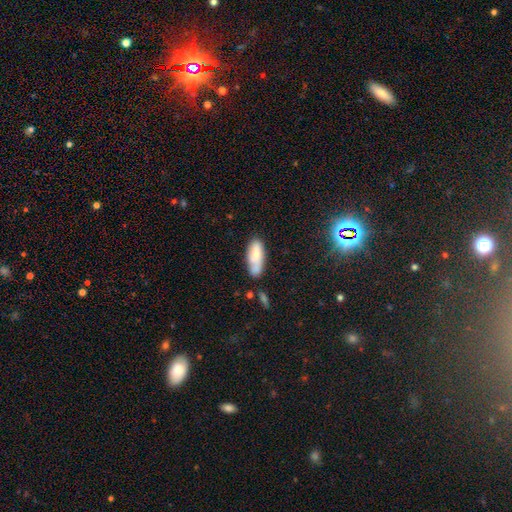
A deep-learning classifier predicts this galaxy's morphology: A smooth galaxy with no disk features (74%) that is in between round and cigar-shaped (75%).

Vote fractions:
- Smooth or featured? smooth: 74% / featured or disk: 19% / star or artifact: 7%
- How rounded? in between: 75% / cigar-shaped: 23% / round: 2%
- Merging? none: 55% / minor disturbance: 26% / merger: 13% / major disturbance: 7%